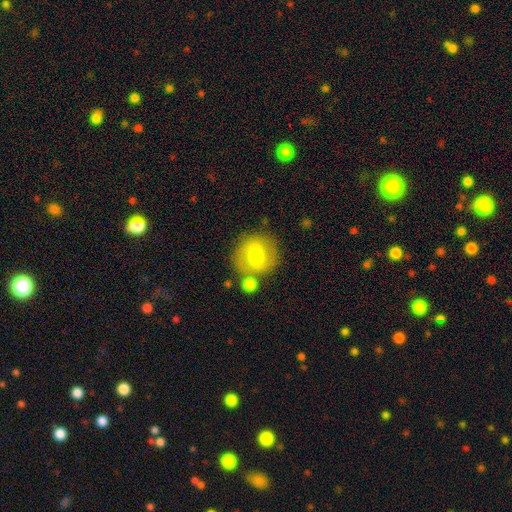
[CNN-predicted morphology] The model was most divided on "smooth or featured": smooth: 57%, featured or disk: 35%, star or artifact: 8%. More confident: how rounded — round (89%); merging — none (68%).